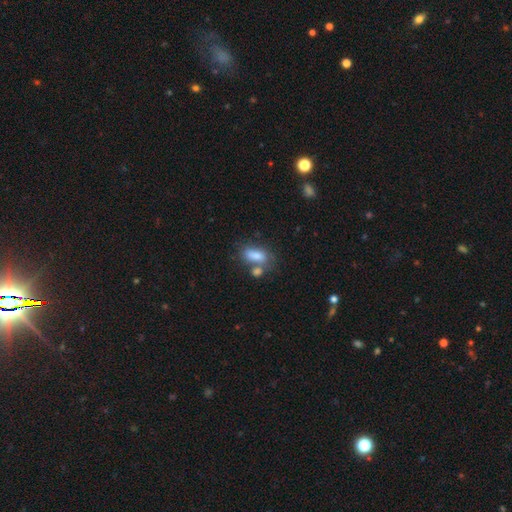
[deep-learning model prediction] Smooth or featured? smooth (78%)
How rounded? in between (84%)
Merging? none (41%)